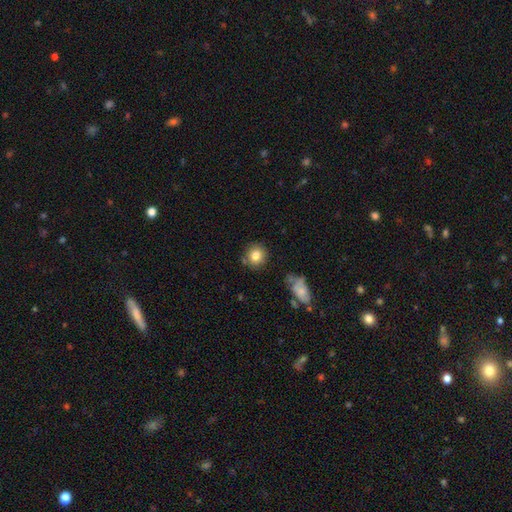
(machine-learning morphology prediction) Q: Smooth or featured?
A: smooth (82%); runner-up: star or artifact (9%)
Q: How rounded?
A: round (87%); runner-up: in between (12%)
Q: Merging?
A: none (79%); runner-up: minor disturbance (13%)